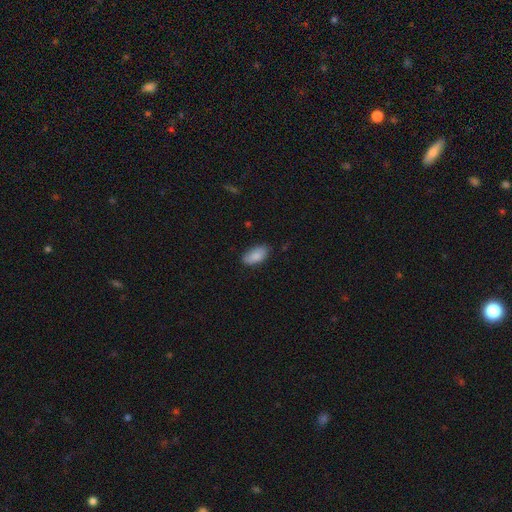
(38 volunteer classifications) Smooth or featured? 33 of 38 (87%) said smooth. How rounded? 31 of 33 (94%) said in between. Merging? 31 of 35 (89%) said none.